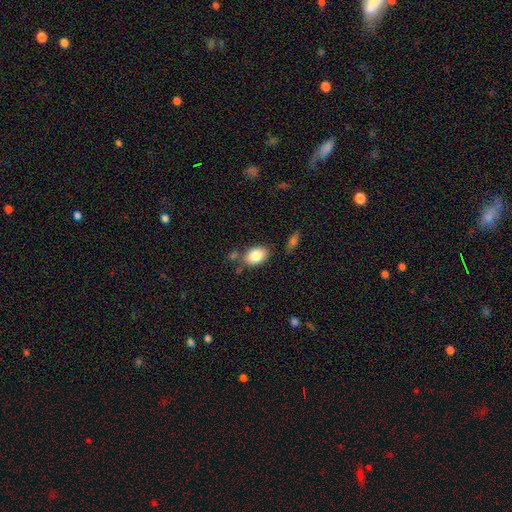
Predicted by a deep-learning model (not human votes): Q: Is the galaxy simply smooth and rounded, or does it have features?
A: smooth — 84%.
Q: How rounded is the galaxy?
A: in between — 82%.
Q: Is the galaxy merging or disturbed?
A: none — 71%.